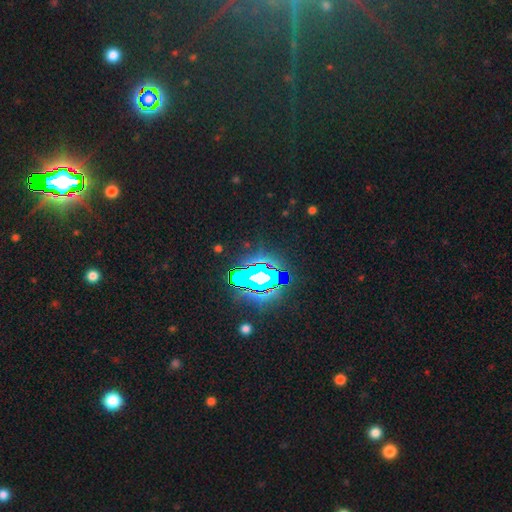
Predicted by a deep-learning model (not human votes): star or artifact 84%, smooth 8%, featured or disk 7%.